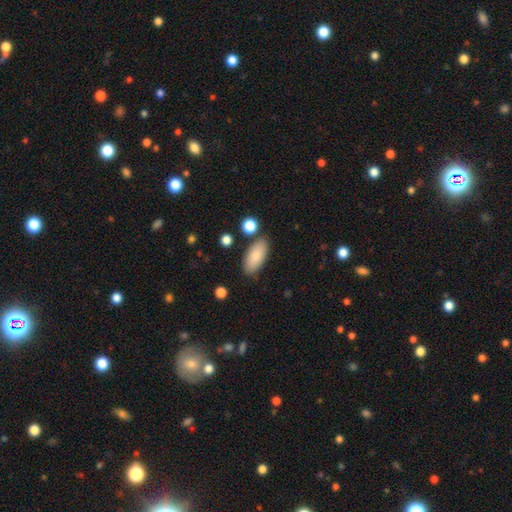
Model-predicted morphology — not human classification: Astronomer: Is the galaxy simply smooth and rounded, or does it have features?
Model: smooth — 85%.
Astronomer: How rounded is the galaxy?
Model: in between — 88%.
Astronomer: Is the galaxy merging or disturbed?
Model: none — 82%.